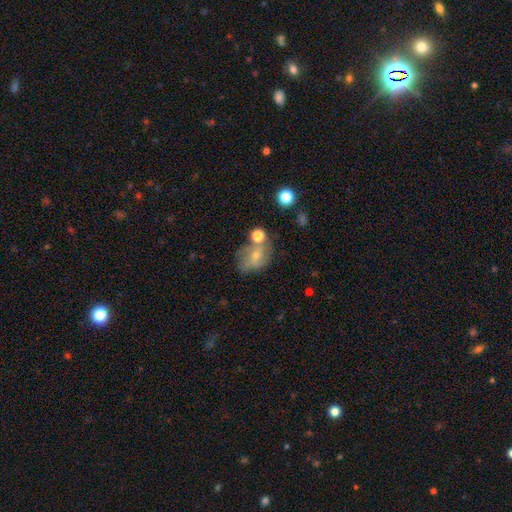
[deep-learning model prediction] Smooth or featured?
  - smooth: 54% *
  - featured or disk: 34%
  - star or artifact: 11%
How rounded?
  - in between: 52% *
  - round: 46%
  - cigar-shaped: 1%
Merging?
  - none: 40% *
  - merger: 24%
  - minor disturbance: 21%
  - major disturbance: 14%